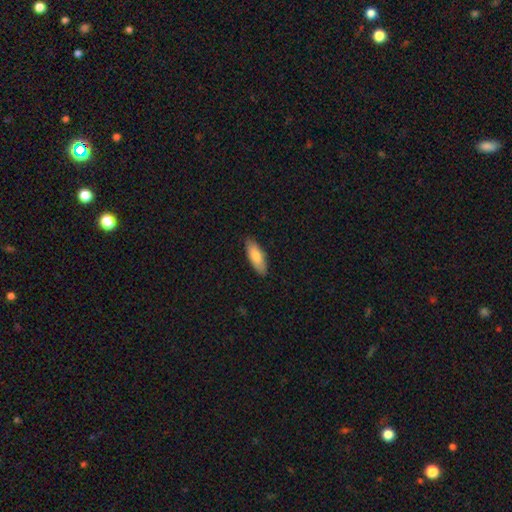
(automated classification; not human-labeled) Smooth or featured? smooth (80%)
How rounded? in between (65%)
Merging? none (87%)